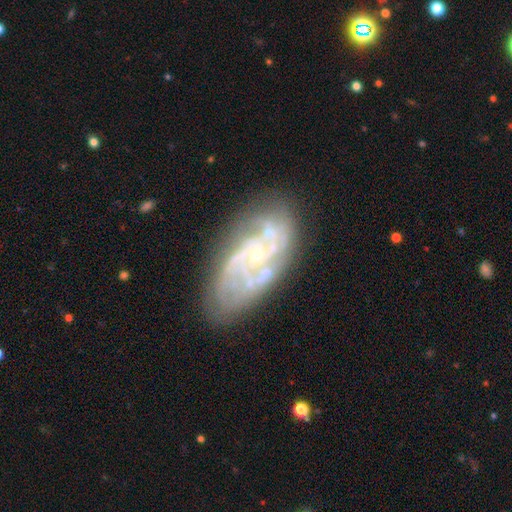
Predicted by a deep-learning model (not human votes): Smooth or featured?
  - featured or disk: 80% *
  - smooth: 12%
  - star or artifact: 8%
Edge-on disk?
  - no: 96% *
  - yes: 4%
Bar?
  - no: 67% *
  - weak: 26%
  - strong: 7%
Spiral arms?
  - yes: 82% *
  - no: 18%
Spiral winding?
  - tight: 48% *
  - medium: 37%
  - loose: 14%
Spiral arm count?
  - can't tell: 38% *
  - 2: 22%
  - 3: 18%
  - 4: 10%
  - more than 4: 6%
  - 1: 6%
Bulge size?
  - small: 74% *
  - moderate: 14%
  - none: 10%
  - large: 1%
  - dominant: 1%
Merging?
  - none: 67% *
  - minor disturbance: 18%
  - major disturbance: 10%
  - merger: 5%